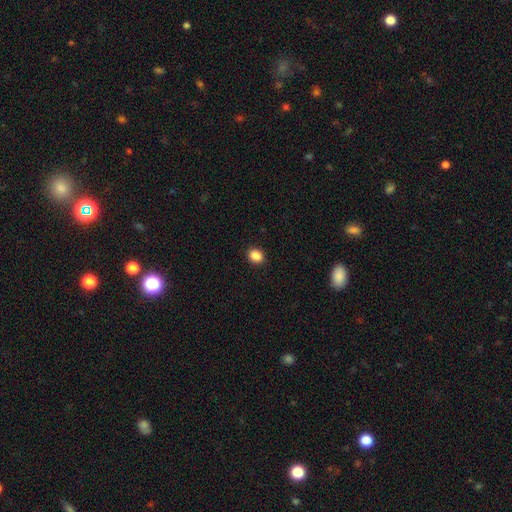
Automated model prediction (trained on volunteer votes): A smooth galaxy with no disk features (87%) that is round (53%). Merging: none (91%).